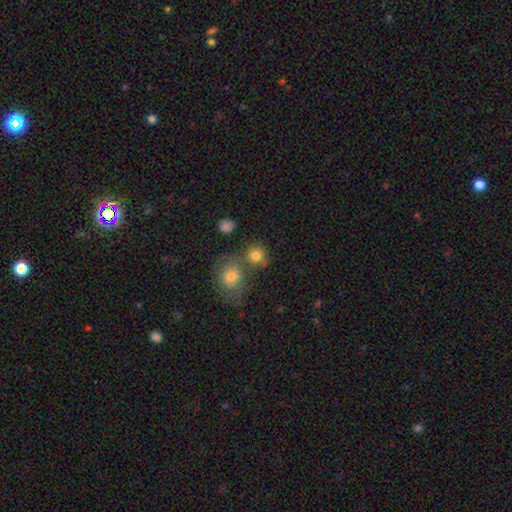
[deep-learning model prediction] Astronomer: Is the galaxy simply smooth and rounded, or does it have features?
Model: smooth — 79%.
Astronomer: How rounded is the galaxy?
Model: round — 84%.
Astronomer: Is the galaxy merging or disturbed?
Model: none — 56%.